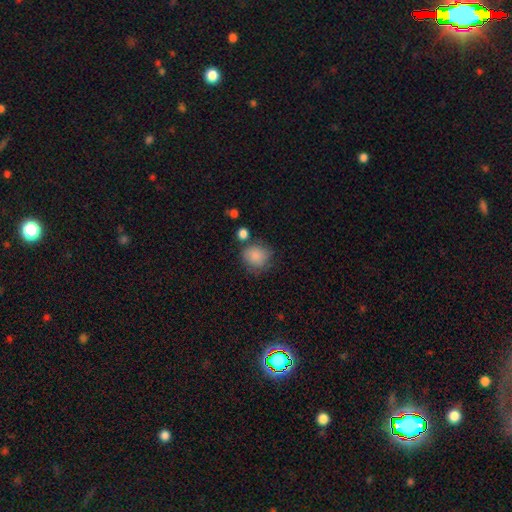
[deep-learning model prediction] smooth_or_featured: smooth (p=0.85) [alt: star or artifact p=0.08]
how_rounded: round (p=0.75) [alt: in between p=0.24]
merging: none (p=0.62) [alt: minor disturbance p=0.21]